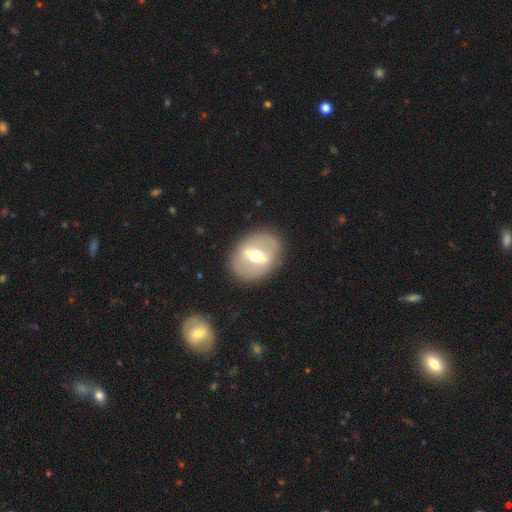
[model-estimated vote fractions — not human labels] Morphology: type=featured or disk (70%); edge-on=no (81%); bar=strong (73%); spiral arms=no (86%); bulge=moderate (72%); merging=none (86%).